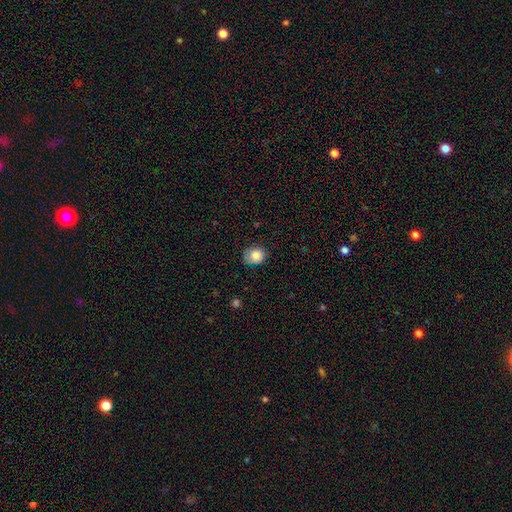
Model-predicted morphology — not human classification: Smooth or featured?
  - smooth: 84% *
  - star or artifact: 9%
  - featured or disk: 7%
How rounded?
  - round: 65% *
  - in between: 34%
  - cigar-shaped: 1%
Merging?
  - none: 69% *
  - minor disturbance: 25%
  - major disturbance: 5%
  - merger: 1%